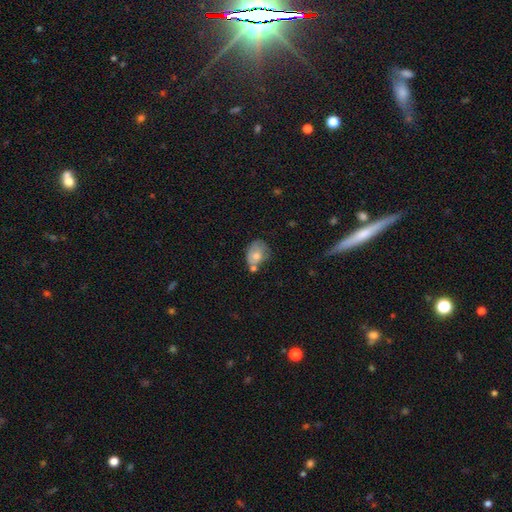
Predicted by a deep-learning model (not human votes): Smooth or featured?
  - smooth: 59% *
  - featured or disk: 33%
  - star or artifact: 8%
How rounded?
  - in between: 63% *
  - round: 36%
  - cigar-shaped: 1%
Merging?
  - none: 34% *
  - minor disturbance: 29%
  - merger: 25%
  - major disturbance: 13%